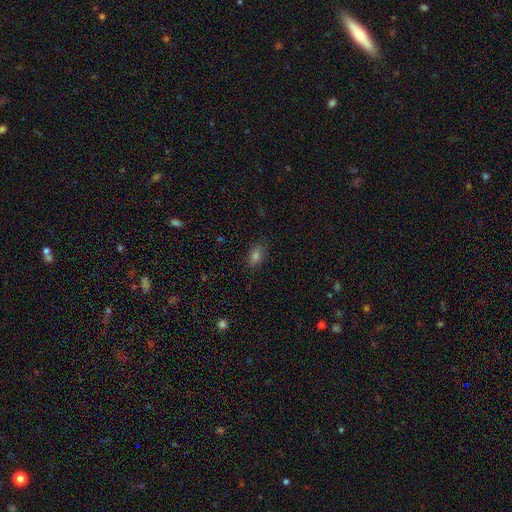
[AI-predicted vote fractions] A smooth galaxy with no disk features (75%) that is in between round and cigar-shaped (85%). Merging: none (84%).